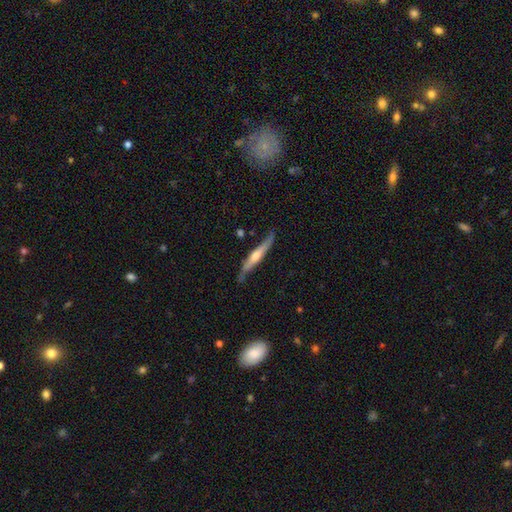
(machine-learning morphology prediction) Smooth or featured? Predicted: featured or disk (p=0.69). Edge-on disk? Predicted: yes (p=0.88). Edge-on bulge? Predicted: rounded (p=0.77). Merging? Predicted: none (p=0.72).